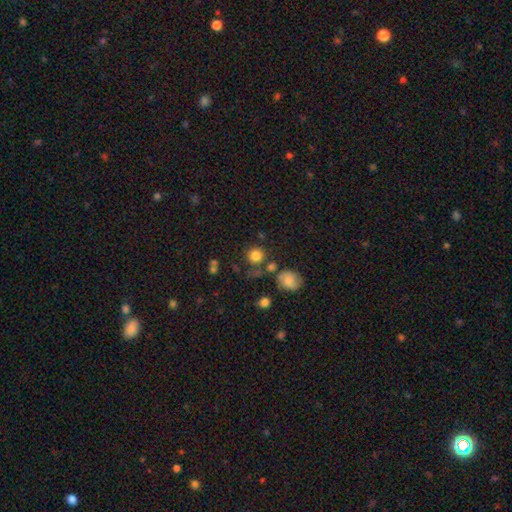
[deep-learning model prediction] Smooth or featured? Predicted: smooth (p=0.81). How rounded? Predicted: round (p=0.90). Merging? Predicted: none (p=0.73).